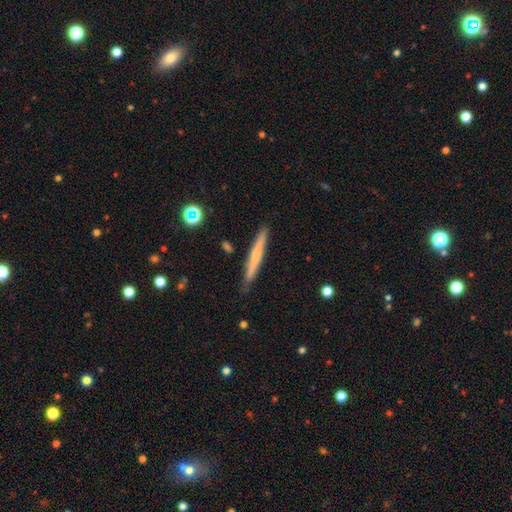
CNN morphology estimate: A smooth galaxy with no disk features (51%) that is cigar-shaped (96%).

Vote fractions:
- Smooth or featured? smooth: 51% / featured or disk: 43% / star or artifact: 6%
- How rounded? cigar-shaped: 96% / in between: 2% / round: 1%
- Merging? none: 88% / minor disturbance: 9% / major disturbance: 2% / merger: 1%